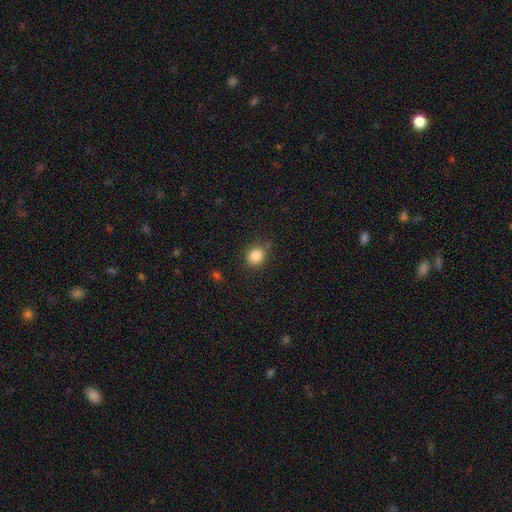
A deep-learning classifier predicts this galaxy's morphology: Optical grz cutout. It shows a smooth galaxy with no disk features (85%) that is round (74%). Merging: none (74%).